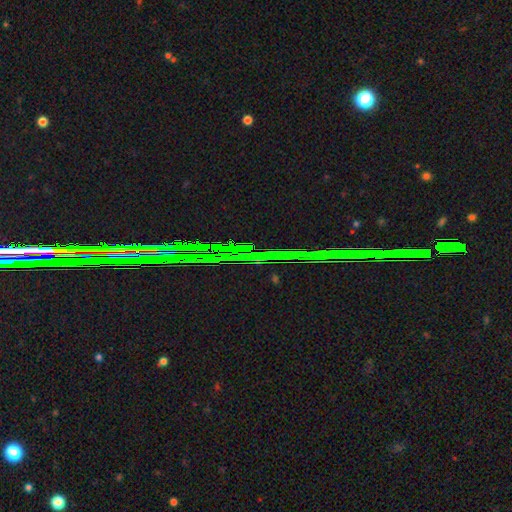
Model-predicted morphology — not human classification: A star or artifact, not a galaxy (86%).